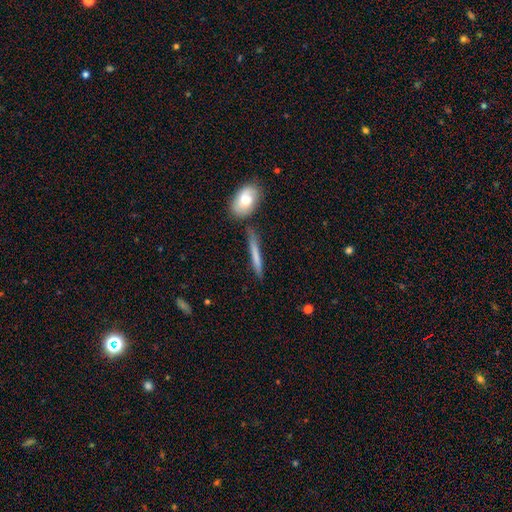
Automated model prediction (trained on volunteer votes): Smooth or featured? Predicted: smooth (p=0.64). How rounded? Predicted: cigar-shaped (p=0.92). Merging? Predicted: none (p=0.77).